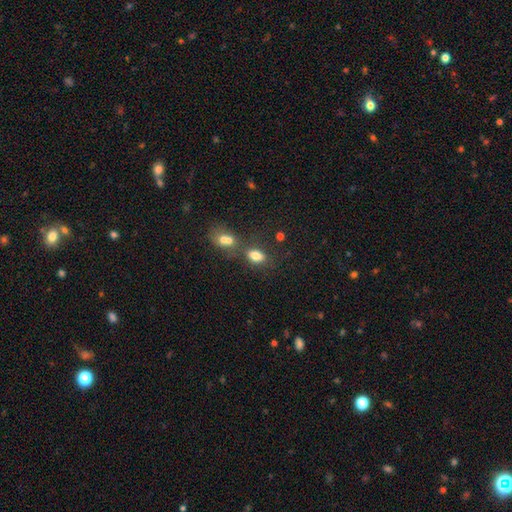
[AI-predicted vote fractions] Smooth or featured? Predicted: smooth (p=0.80). How rounded? Predicted: in between (p=0.82). Merging? Predicted: none (p=0.57).